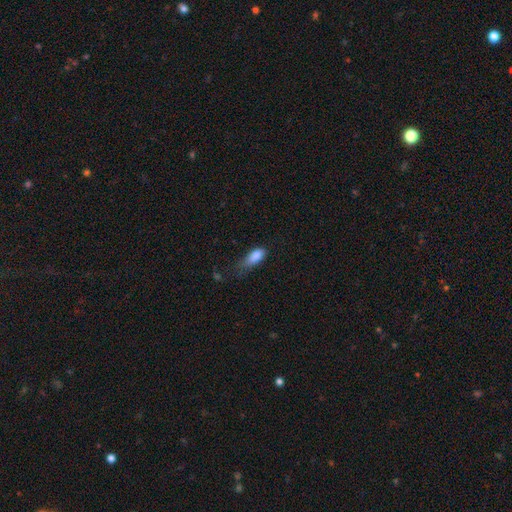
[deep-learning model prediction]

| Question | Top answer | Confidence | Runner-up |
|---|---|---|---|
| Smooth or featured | smooth | 84% | star or artifact (8%) |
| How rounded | in between | 82% | cigar-shaped (14%) |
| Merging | minor disturbance | 43% | none (31%) |